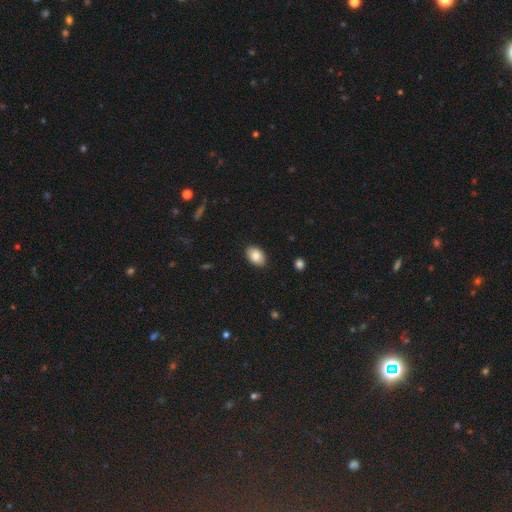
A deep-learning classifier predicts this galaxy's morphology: The model was most divided on "smooth or featured": smooth: 85%, featured or disk: 8%, star or artifact: 7%. More confident: how rounded — in between (89%); merging — none (89%).